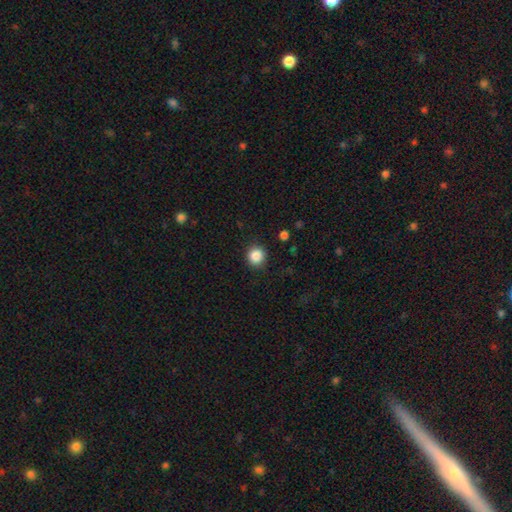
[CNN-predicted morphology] smooth_or_featured: smooth (p=0.87) [alt: star or artifact p=0.10]
how_rounded: round (p=0.91) [alt: in between p=0.08]
merging: none (p=0.90) [alt: minor disturbance p=0.07]